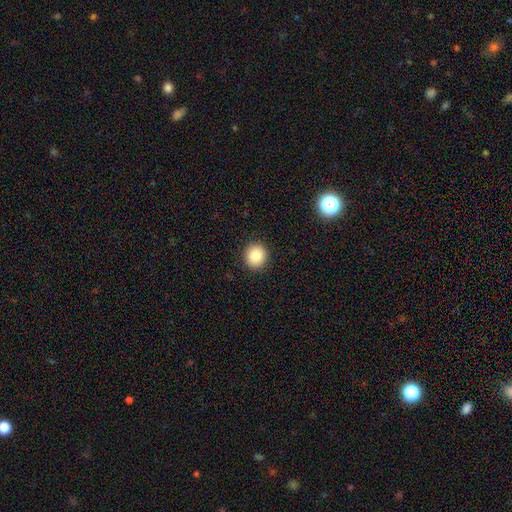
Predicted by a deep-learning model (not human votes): Overall: smooth (84%). How rounded: round (93%). Merging: none (93%).